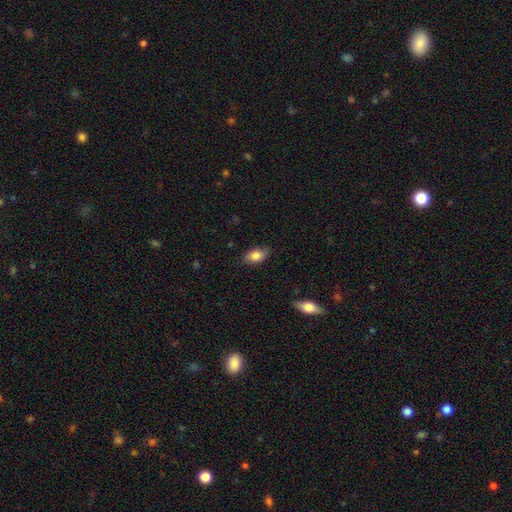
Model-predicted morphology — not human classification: smooth-or-featured: smooth: 82% | featured or disk: 10% | star or artifact: 8%
  how-rounded: in between: 89% | round: 8% | cigar-shaped: 3%
  merging: none: 81% | minor disturbance: 15% | major disturbance: 3% | merger: 1%